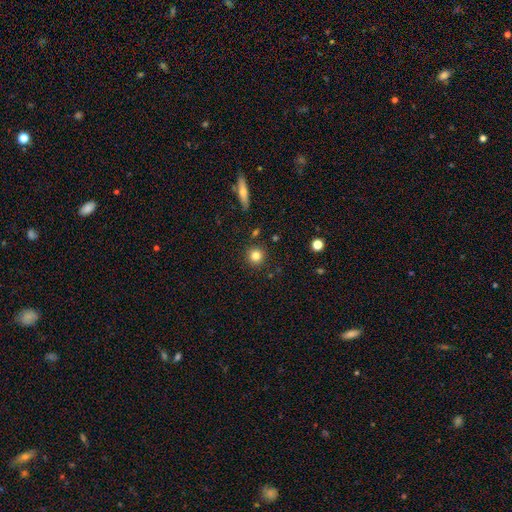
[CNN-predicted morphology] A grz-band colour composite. It shows a smooth galaxy with no disk features (81%) that is round (93%). Merging: none (89%).